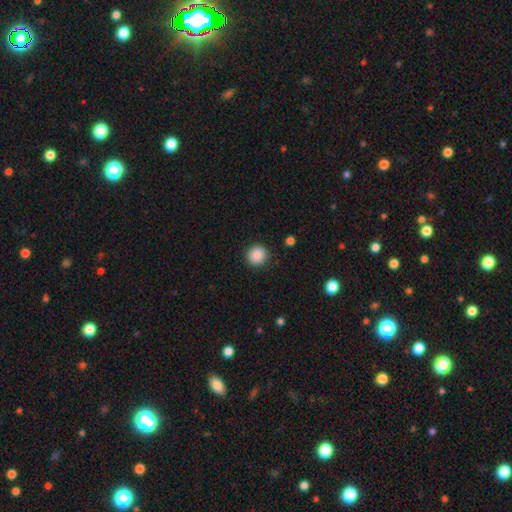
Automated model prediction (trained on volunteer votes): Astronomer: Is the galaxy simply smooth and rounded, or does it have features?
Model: smooth — 88%.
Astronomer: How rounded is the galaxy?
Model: round — 93%.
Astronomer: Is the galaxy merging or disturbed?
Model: none — 91%.